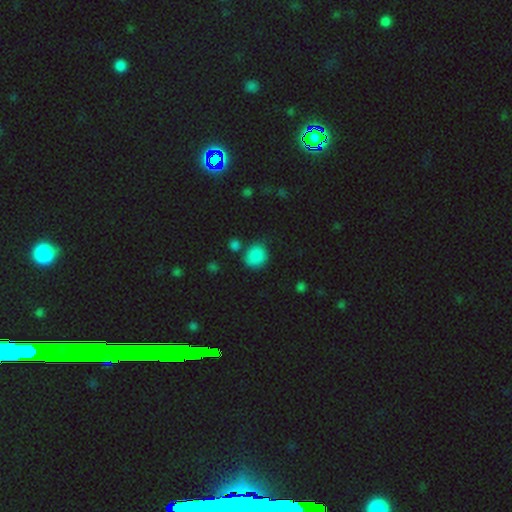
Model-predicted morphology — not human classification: Q: Smooth or featured?
A: smooth (85%); runner-up: star or artifact (10%)
Q: How rounded?
A: round (76%); runner-up: in between (23%)
Q: Merging?
A: none (71%); runner-up: minor disturbance (17%)